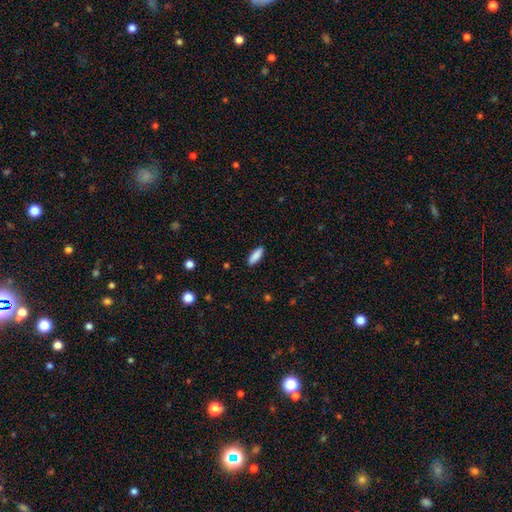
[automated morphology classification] A smooth galaxy with no disk features (89%) that is in between round and cigar-shaped (65%).

Vote fractions:
- Smooth or featured? smooth: 89% / star or artifact: 6% / featured or disk: 5%
- How rounded? in between: 65% / cigar-shaped: 34% / round: 2%
- Merging? none: 89% / minor disturbance: 8% / major disturbance: 2% / merger: 1%